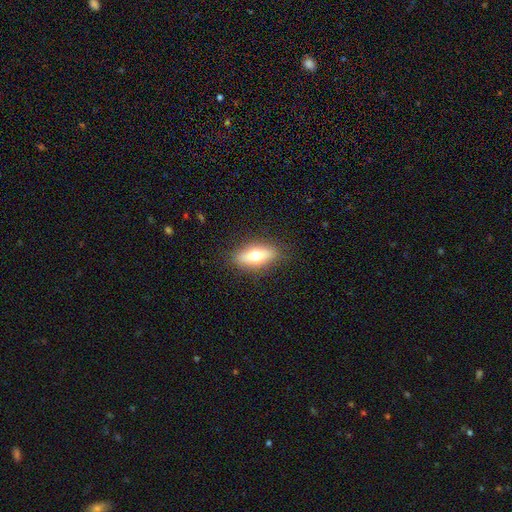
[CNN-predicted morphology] smooth 66%, featured or disk 28%, star or artifact 7%. Down the decision tree: how rounded — in between (68%); merging — none (86%).